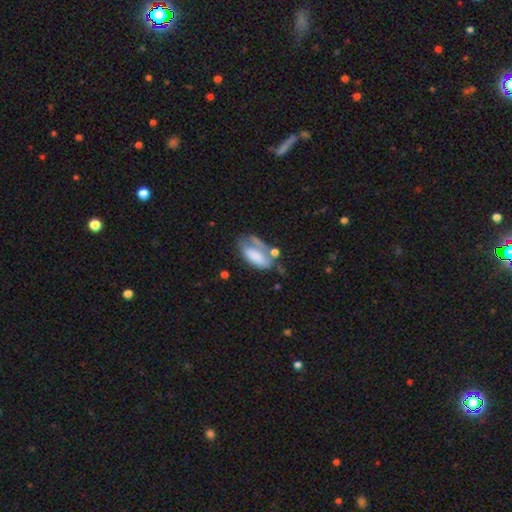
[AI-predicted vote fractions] A smooth galaxy with no disk features (61%) that is in between round and cigar-shaped (88%). Merging: major disturbance (29%).